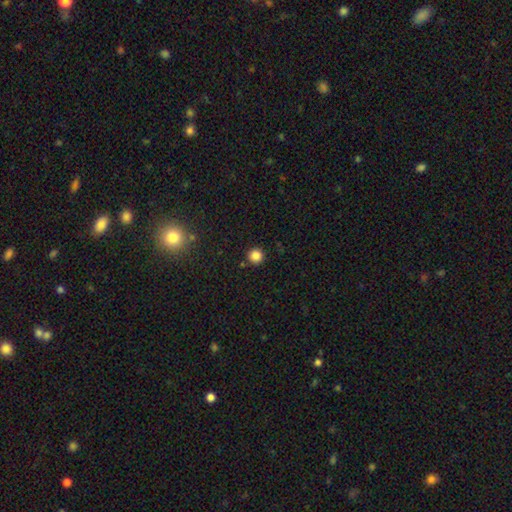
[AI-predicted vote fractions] A smooth galaxy with no disk features (84%) that is round (96%).

Vote fractions:
- Smooth or featured? smooth: 84% / star or artifact: 12% / featured or disk: 4%
- How rounded? round: 96% / in between: 3% / cigar-shaped: 1%
- Merging? none: 90% / minor disturbance: 5% / merger: 2% / major disturbance: 2%